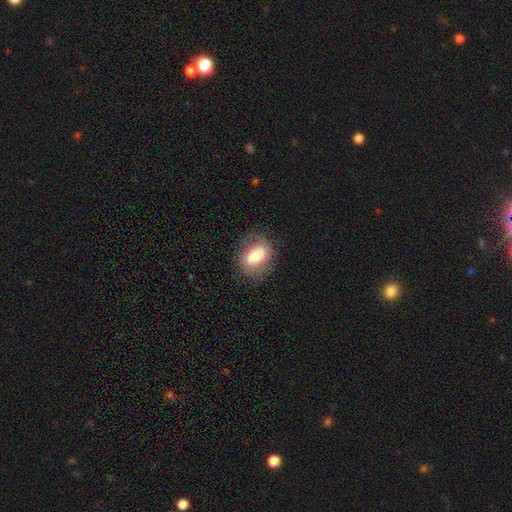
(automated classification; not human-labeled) Smooth or featured: smooth — 66% (featured or disk — 26%)
How rounded: in between — 76% (round — 22%)
Merging: none — 73% (minor disturbance — 17%)